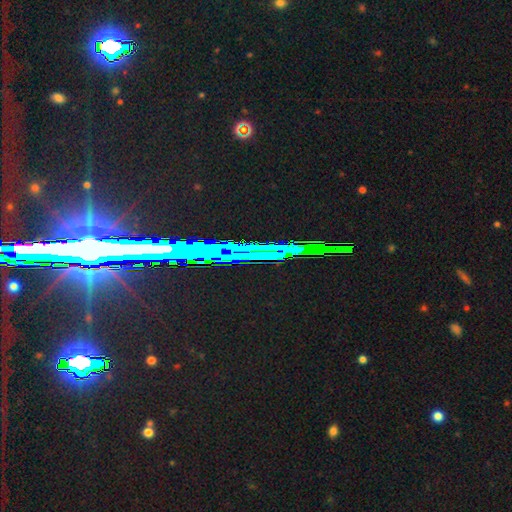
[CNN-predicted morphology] type=star or artifact (75%).